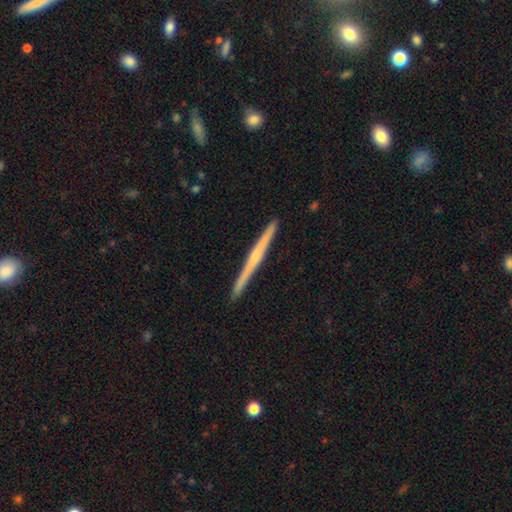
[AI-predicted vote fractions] smooth-or-featured: featured or disk: 71% | smooth: 23% | star or artifact: 5%
  disk-edge-on: yes: 98% | no: 2%
    edge-on-bulge: rounded: 57% | none: 36% | boxy: 7%
  merging: none: 92% | minor disturbance: 5% | major disturbance: 1% | merger: 1%